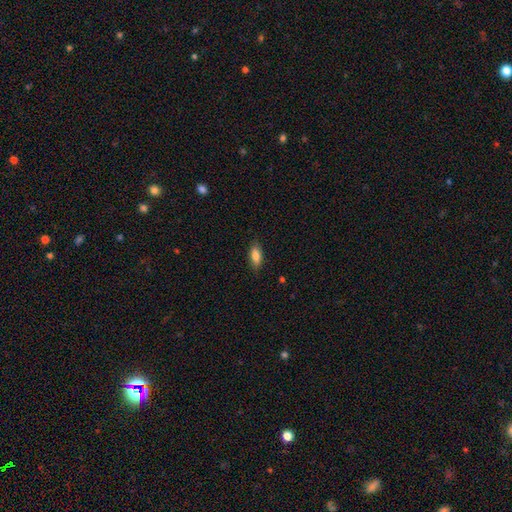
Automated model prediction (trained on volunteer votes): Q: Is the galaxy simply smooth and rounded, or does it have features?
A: smooth — 82%.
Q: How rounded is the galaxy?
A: in between — 75%.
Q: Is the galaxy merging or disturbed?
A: none — 85%.